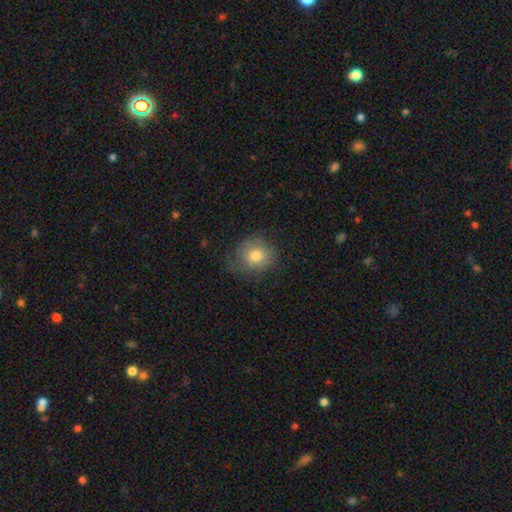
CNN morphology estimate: smooth_or_featured: smooth (p=0.74) [alt: featured or disk p=0.17]
how_rounded: round (p=0.80) [alt: in between p=0.19]
merging: none (p=0.63) [alt: minor disturbance p=0.24]